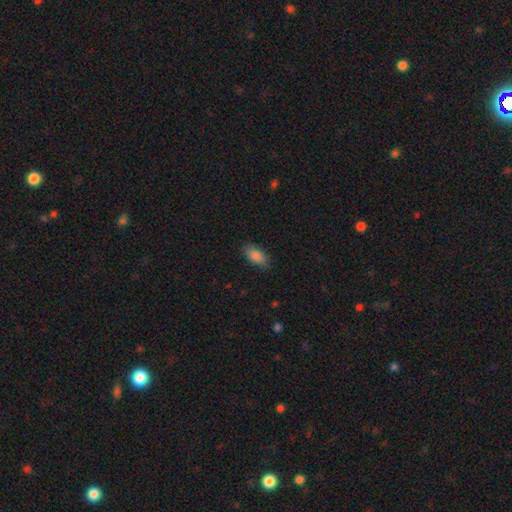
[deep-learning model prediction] smooth-or-featured: smooth: 85% | star or artifact: 8% | featured or disk: 7%
  how-rounded: in between: 89% | cigar-shaped: 8% | round: 3%
  merging: none: 84% | minor disturbance: 12% | major disturbance: 3% | merger: 1%